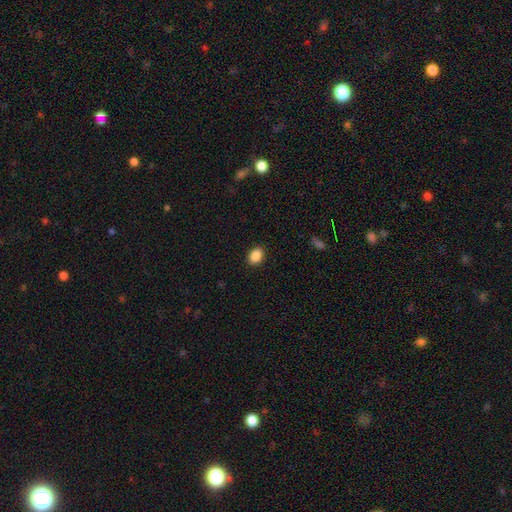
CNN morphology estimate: This is clearly a smooth galaxy (89%). How rounded: likely in between (74%). Merging: clearly none (90%).